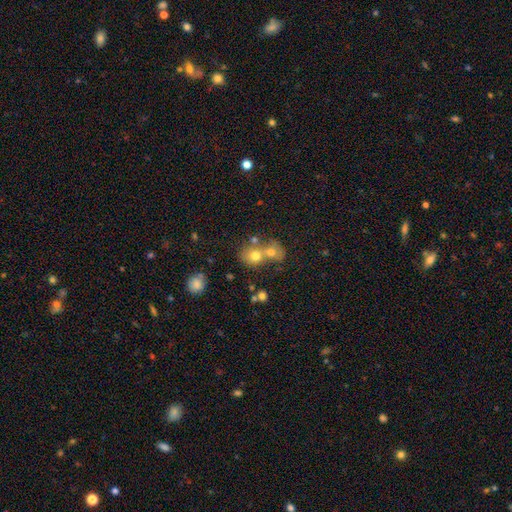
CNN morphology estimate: This appears to be a smooth galaxy with no disk features (69%) that is round (66%). Merging: merger (64%).